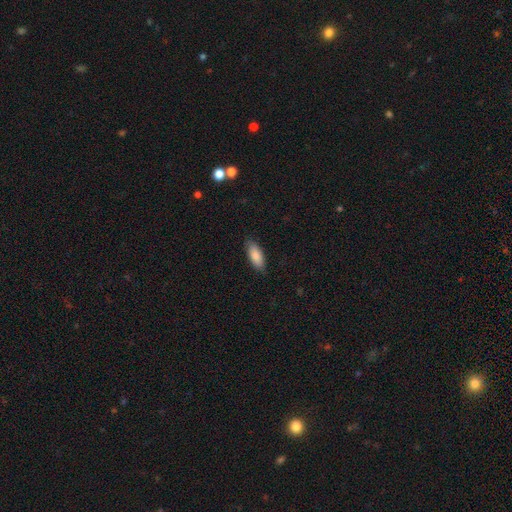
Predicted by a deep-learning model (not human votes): Smooth or featured? Predicted: smooth (p=0.87). How rounded? Predicted: in between (p=0.81). Merging? Predicted: none (p=0.84).